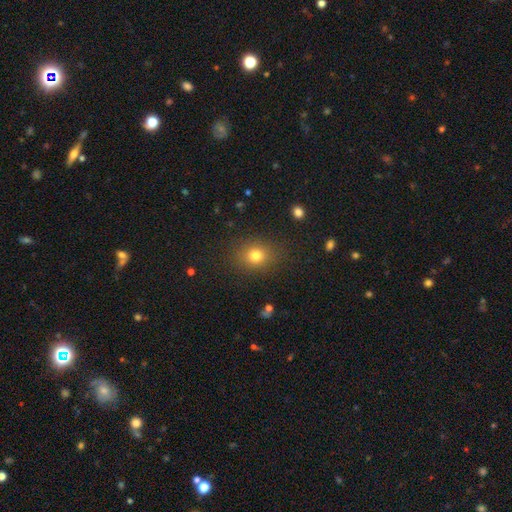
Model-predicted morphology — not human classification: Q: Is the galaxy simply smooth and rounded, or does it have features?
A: smooth — 77%.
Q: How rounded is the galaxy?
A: round — 63%.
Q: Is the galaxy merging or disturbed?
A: none — 85%.